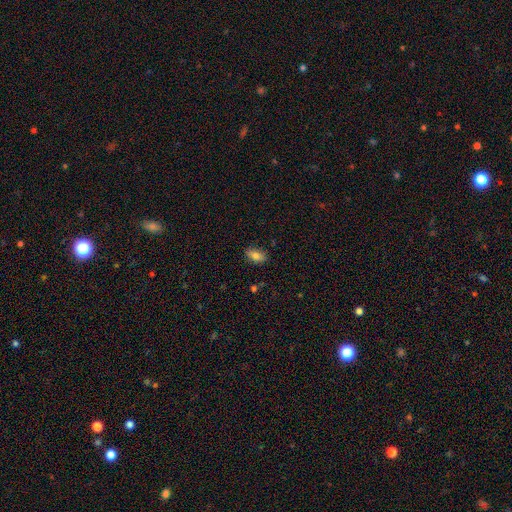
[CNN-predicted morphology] Smooth or featured? Predicted: smooth (p=0.79). How rounded? Predicted: in between (p=0.88). Merging? Predicted: none (p=0.85).